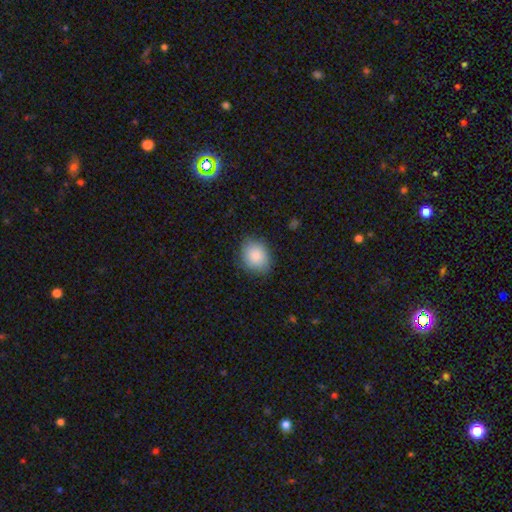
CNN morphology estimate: This appears to be a smooth galaxy with no disk features (87%) that is round (54%). Merging: none (83%).